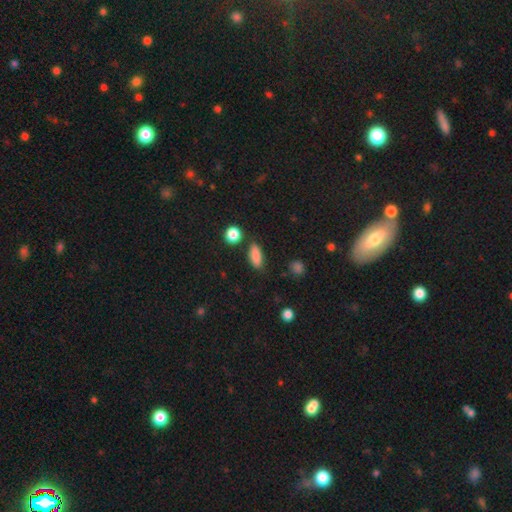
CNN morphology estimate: smooth-or-featured: smooth: 86% | star or artifact: 8% | featured or disk: 6%
  how-rounded: in between: 76% | cigar-shaped: 18% | round: 6%
  merging: none: 80% | minor disturbance: 12% | merger: 4% | major disturbance: 3%